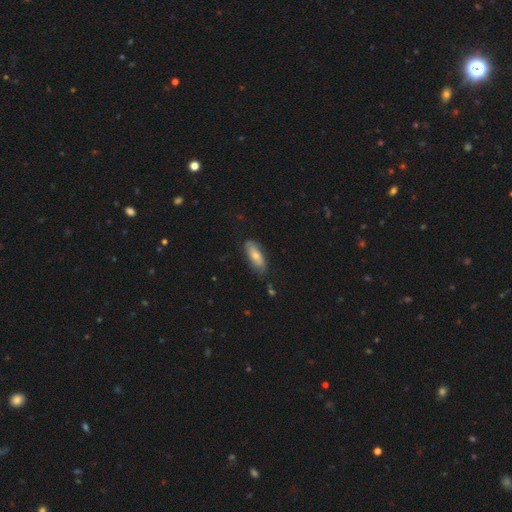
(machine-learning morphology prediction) Overall: smooth (66%; featured or disk 27%). How rounded: in between (69%; cigar-shaped 29%). Merging: none (75%).